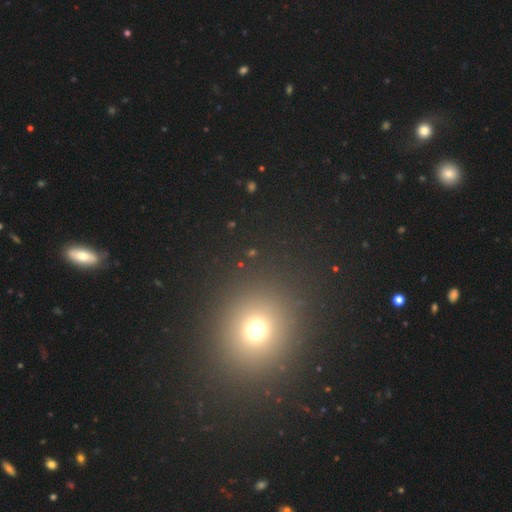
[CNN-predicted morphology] smooth-or-featured: smooth: 61% | star or artifact: 31% | featured or disk: 7%
  how-rounded: round: 80% | in between: 19% | cigar-shaped: 1%
  merging: none: 91% | minor disturbance: 5% | major disturbance: 2% | merger: 1%